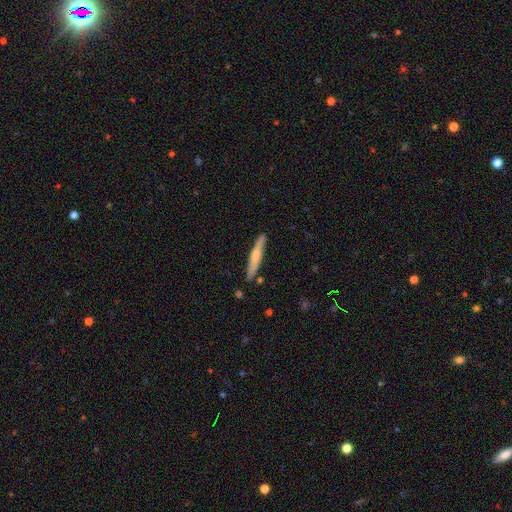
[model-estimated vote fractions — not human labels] This is possibly a featured or disk galaxy (57%). It is clearly viewed edge-on (94%). Edge-on bulge: likely rounded (71%). Merging: clearly none (85%).